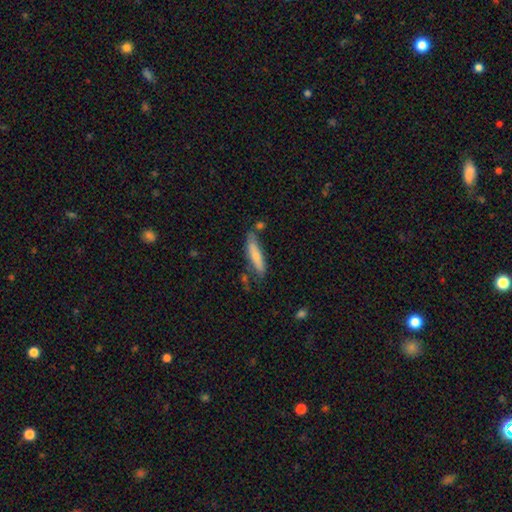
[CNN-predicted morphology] smooth_or_featured: smooth (p=0.68) [alt: featured or disk p=0.26]
how_rounded: cigar-shaped (p=0.82) [alt: in between p=0.17]
merging: none (p=0.66) [alt: minor disturbance p=0.21]